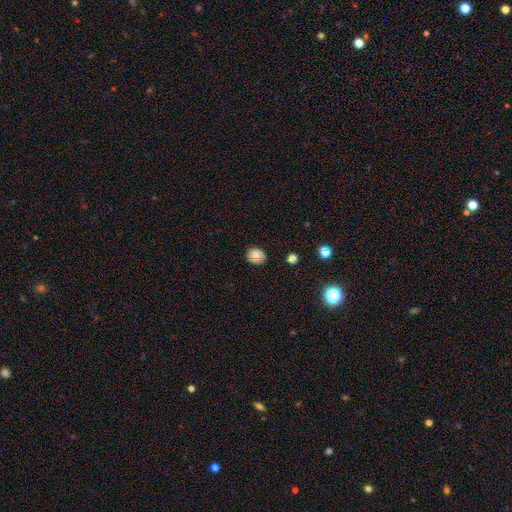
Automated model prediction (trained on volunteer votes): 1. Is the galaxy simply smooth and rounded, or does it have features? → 72% smooth, 18% featured or disk, 10% star or artifact.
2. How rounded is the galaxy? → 69% round, 30% in between, 1% cigar-shaped.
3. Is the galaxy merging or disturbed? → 86% none, 10% minor disturbance, 2% major disturbance, 1% merger.